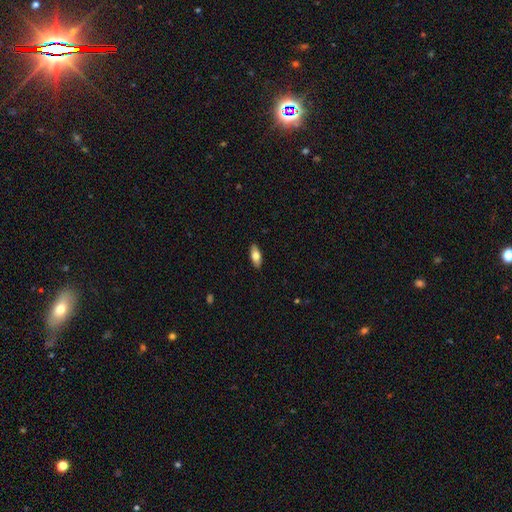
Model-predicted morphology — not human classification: type=smooth (73%); roundness=in between (80%); merging=none (89%).